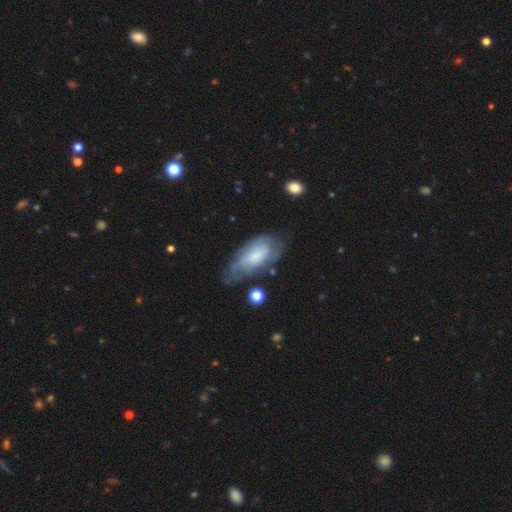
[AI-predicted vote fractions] featured or disk 52%, smooth 41%, star or artifact 7%. Down the decision tree: edge-on disk — no (91%); merging — none (49%).